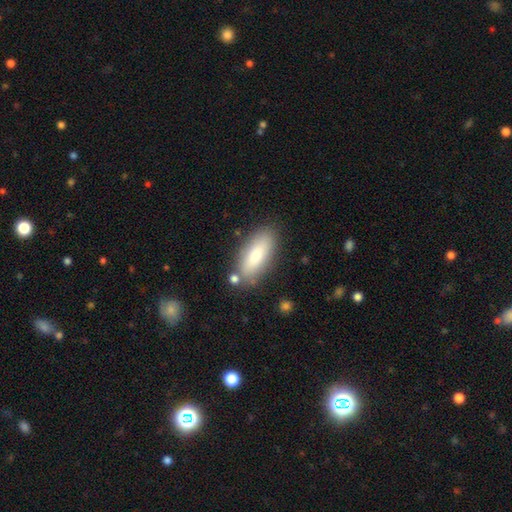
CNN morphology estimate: Overall: smooth (79%). How rounded: in between (77%). Merging: none (77%).